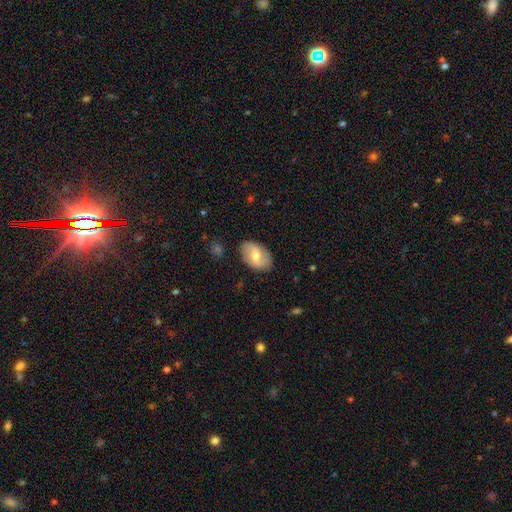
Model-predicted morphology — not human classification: This is possibly a featured or disk galaxy (48%). Merging: clearly none (82%).